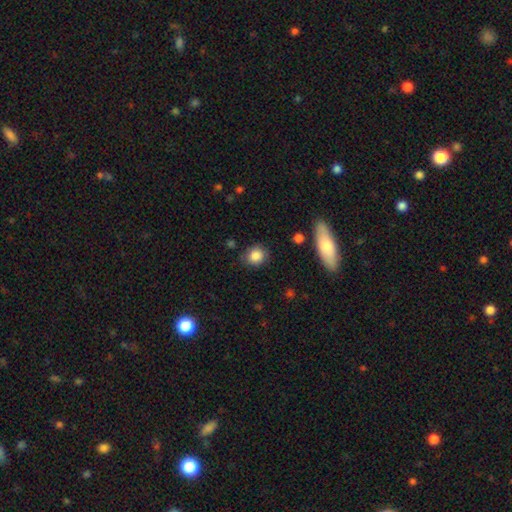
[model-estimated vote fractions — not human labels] smooth_or_featured: smooth (p=0.85) [alt: star or artifact p=0.09]
how_rounded: round (p=0.80) [alt: in between p=0.18]
merging: none (p=0.80) [alt: minor disturbance p=0.14]